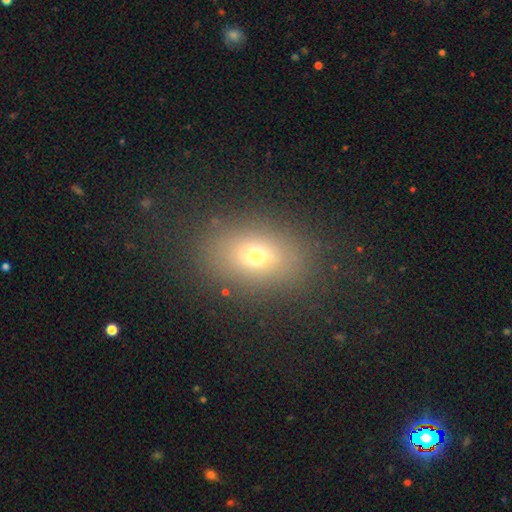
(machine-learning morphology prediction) Smooth or featured: smooth — 69% (star or artifact — 16%)
How rounded: in between — 75% (round — 22%)
Merging: none — 85% (minor disturbance — 9%)